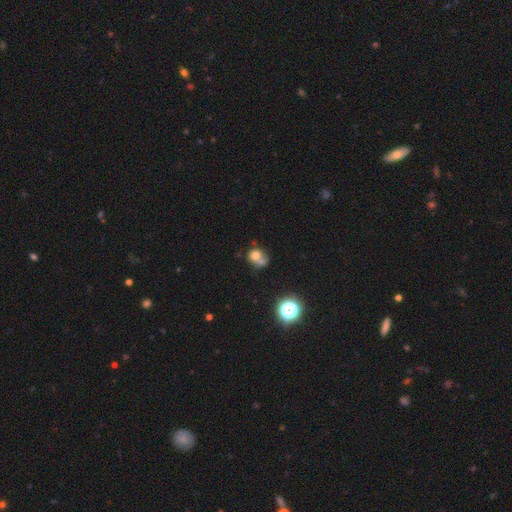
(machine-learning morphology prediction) Smooth or featured? Predicted: smooth (p=0.66). How rounded? Predicted: round (p=0.69). Merging? Predicted: merger (p=0.47).